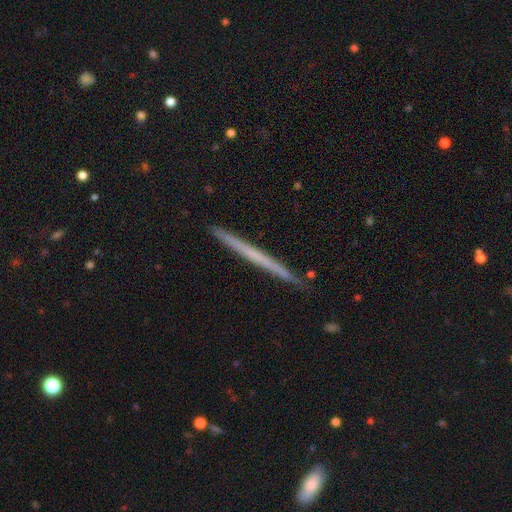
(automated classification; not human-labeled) Smooth or featured?
  - featured or disk: 51% *
  - smooth: 43%
  - star or artifact: 6%
Edge-on disk?
  - yes: 98% *
  - no: 2%
Merging?
  - none: 91% *
  - minor disturbance: 6%
  - major disturbance: 1%
  - merger: 1%